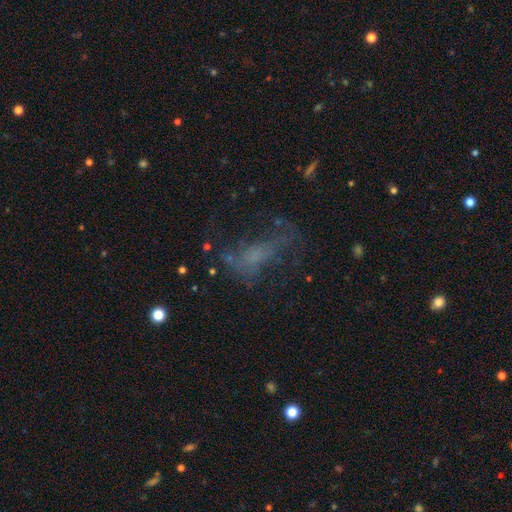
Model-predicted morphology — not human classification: smooth-or-featured: featured or disk: 43% | smooth: 33% | star or artifact: 24%
  merging: none: 43% | major disturbance: 34% | minor disturbance: 19% | merger: 4%